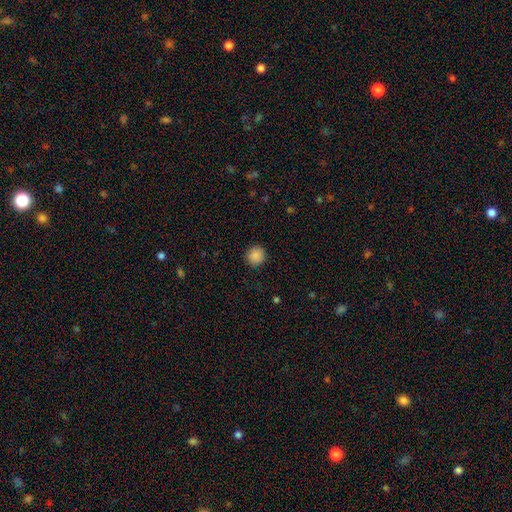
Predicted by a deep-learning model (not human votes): Q: Smooth or featured?
A: smooth (88%); runner-up: star or artifact (9%)
Q: How rounded?
A: round (93%); runner-up: in between (6%)
Q: Merging?
A: none (91%); runner-up: minor disturbance (6%)